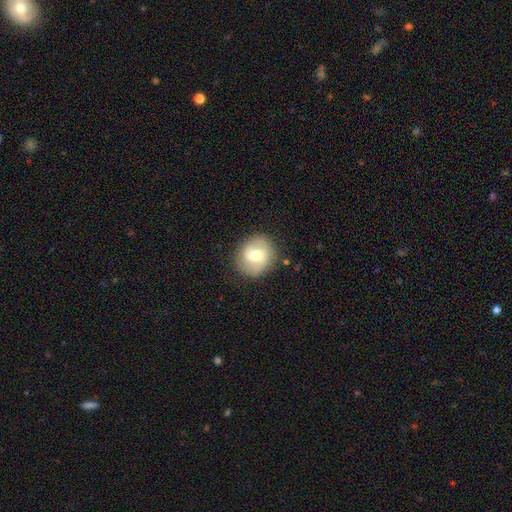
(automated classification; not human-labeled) Smooth or featured? Predicted: smooth (p=0.49). Merging? Predicted: none (p=0.81).